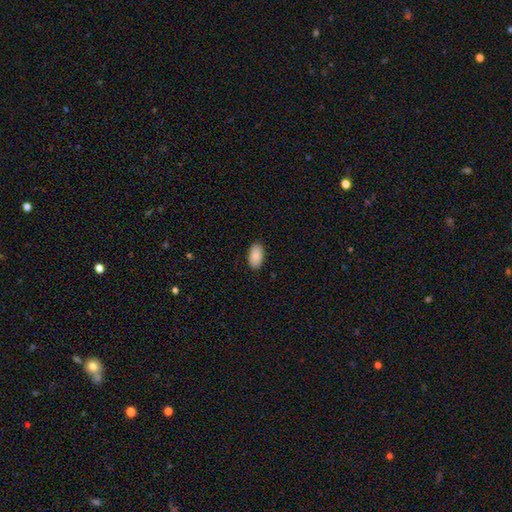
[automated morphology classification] Smooth or featured: smooth — 88% (star or artifact — 6%)
How rounded: in between — 95% (round — 3%)
Merging: none — 89% (minor disturbance — 8%)